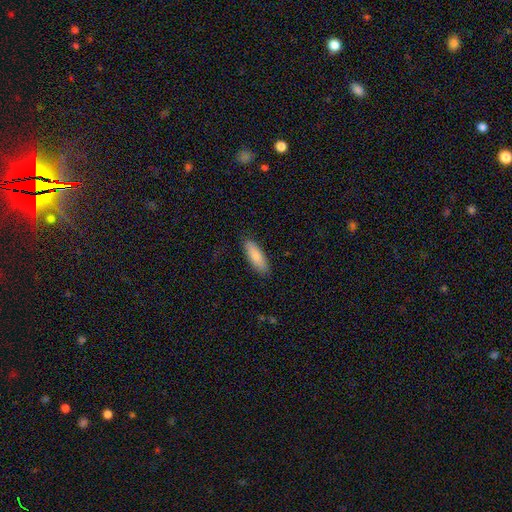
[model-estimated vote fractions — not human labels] This appears to be a smooth galaxy with no disk features (84%) that is in between round and cigar-shaped (61%). Merging: none (87%).